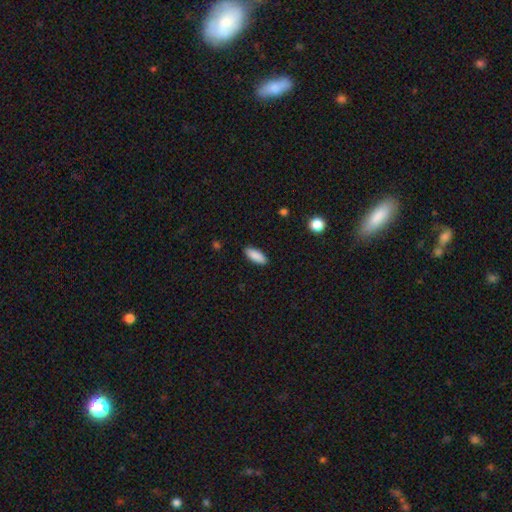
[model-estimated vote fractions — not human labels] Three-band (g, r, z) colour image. It shows a smooth galaxy with no disk features (90%) that is in between round and cigar-shaped (75%). Merging: none (89%).